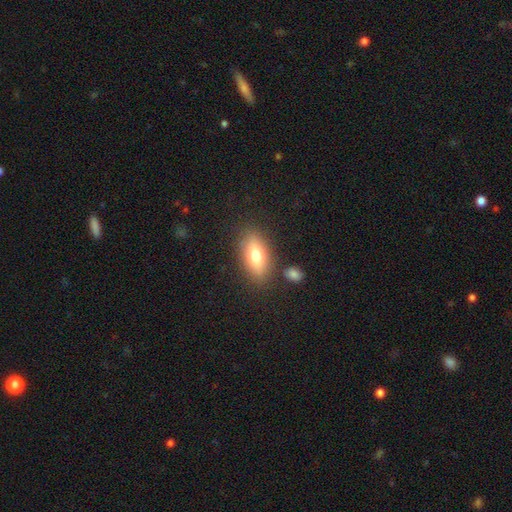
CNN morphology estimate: Q: Smooth or featured?
A: smooth (72%); runner-up: featured or disk (20%)
Q: How rounded?
A: in between (85%); runner-up: cigar-shaped (9%)
Q: Merging?
A: none (81%); runner-up: minor disturbance (11%)